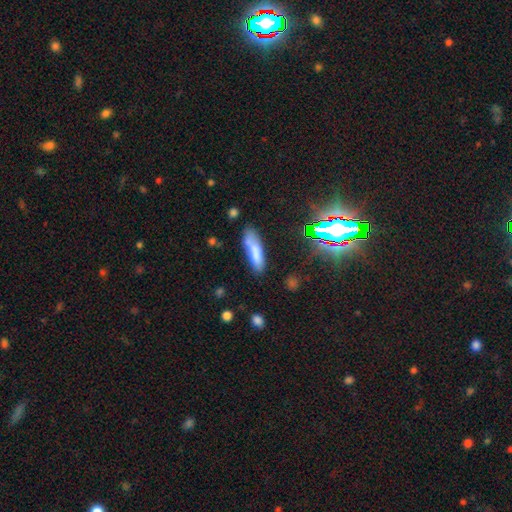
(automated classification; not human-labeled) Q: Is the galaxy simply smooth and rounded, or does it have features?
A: smooth — 73%.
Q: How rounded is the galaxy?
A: cigar-shaped — 60%.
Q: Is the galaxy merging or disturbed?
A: none — 55%.